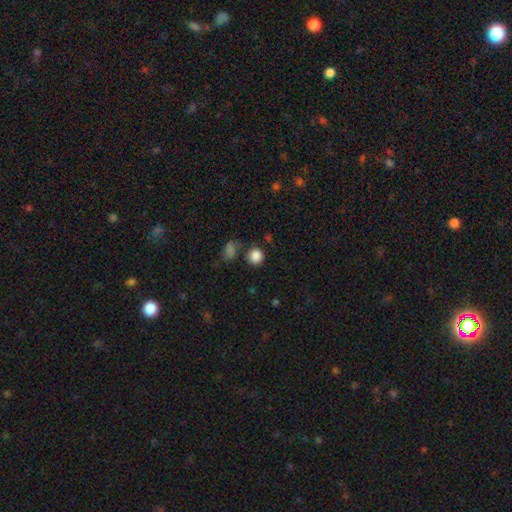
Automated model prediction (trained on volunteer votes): This appears to be a smooth galaxy with no disk features (85%) that is round (90%). Merging: none (74%).